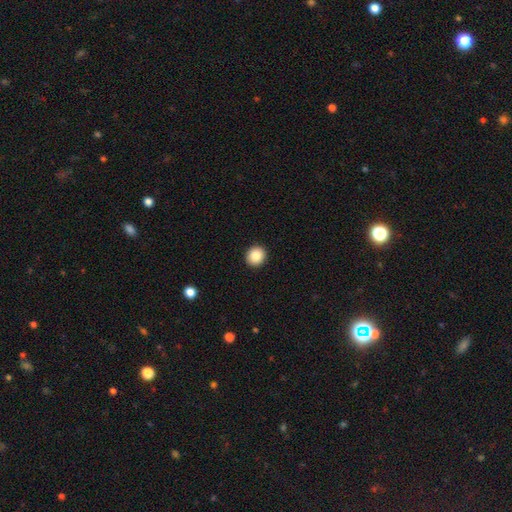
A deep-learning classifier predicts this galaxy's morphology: type=smooth (86%); roundness=round (83%); merging=none (93%).